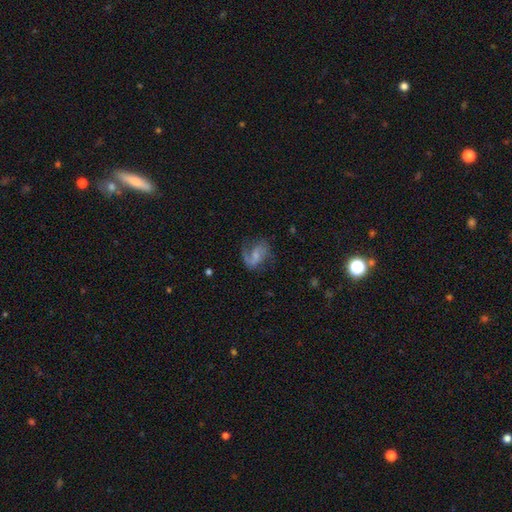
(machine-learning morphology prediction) The model was most divided on "spiral winding": medium: 44%, loose: 43%, tight: 13%. Remaining: edge-on disk — no (98%); spiral arms — yes (92%); smooth or featured — featured or disk (72%); spiral arm count — 2 (62%); merging — none (55%); bar — weak (47%); bulge size — small (36%).